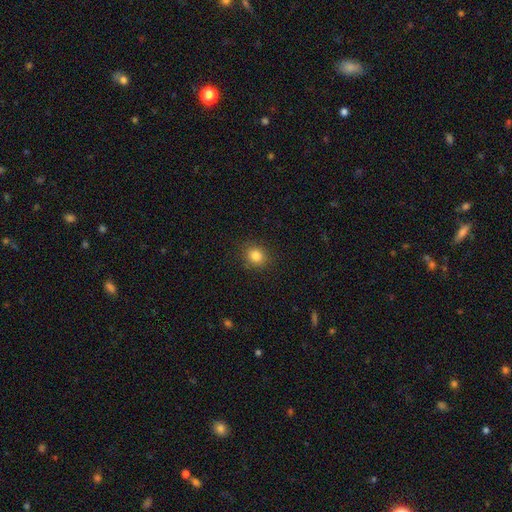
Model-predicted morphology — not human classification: Smooth or featured? smooth (83%)
How rounded? round (73%)
Merging? none (88%)